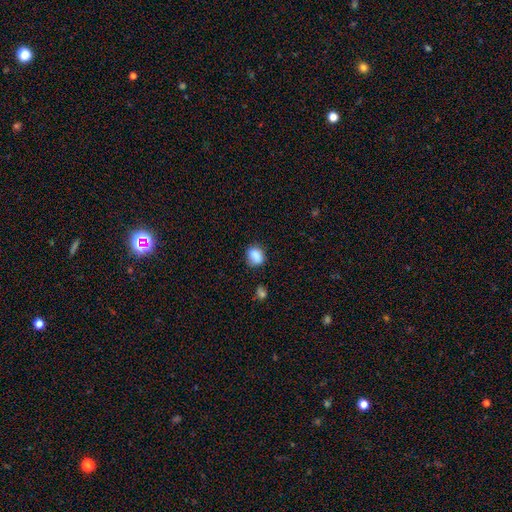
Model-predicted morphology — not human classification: A smooth galaxy with no disk features (85%) that is in between round and cigar-shaped (54%). Merging: none (68%).